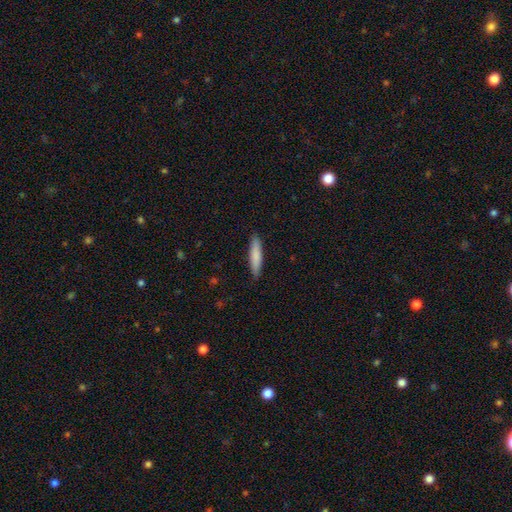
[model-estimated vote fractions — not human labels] smooth_or_featured: smooth (p=0.81) [alt: featured or disk p=0.14]
how_rounded: cigar-shaped (p=0.85) [alt: in between p=0.14]
merging: none (p=0.88) [alt: minor disturbance p=0.09]